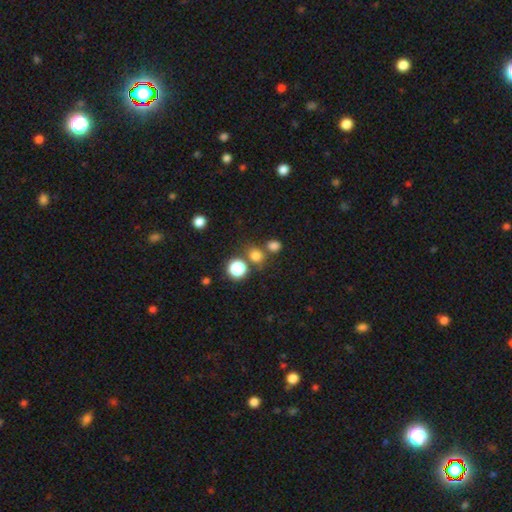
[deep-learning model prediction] Smooth or featured? smooth (73%)
How rounded? round (81%)
Merging? none (67%)